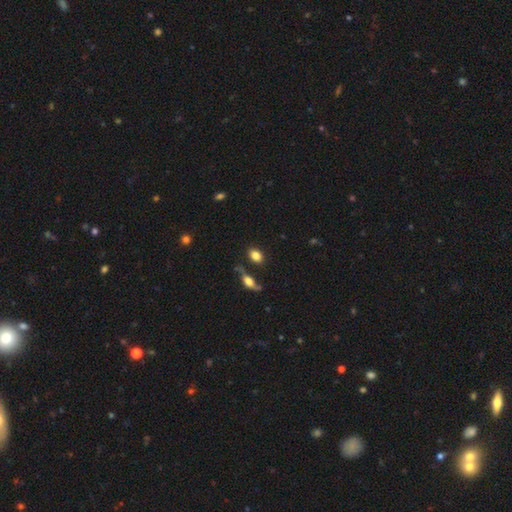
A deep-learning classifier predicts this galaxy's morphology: type=smooth (83%); roundness=in between (75%); merging=none (74%).